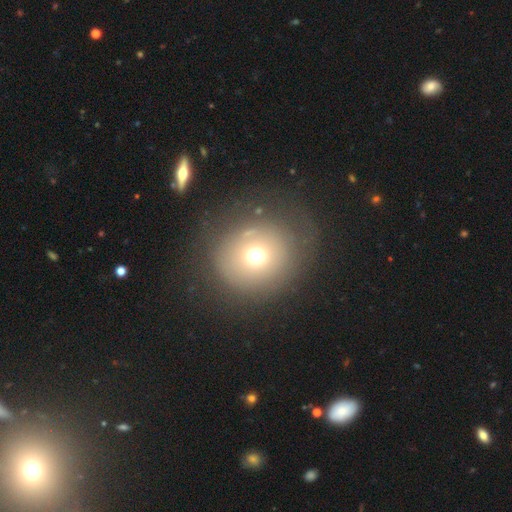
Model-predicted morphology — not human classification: type=smooth (65%); roundness=round (86%); merging=none (64%).